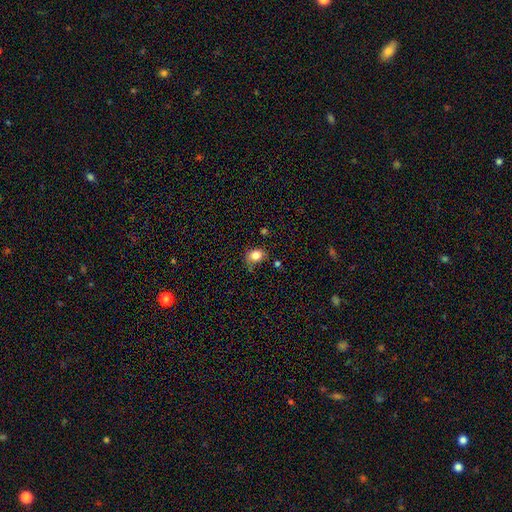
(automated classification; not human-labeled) This is clearly a smooth galaxy (82%). How rounded: possibly round (52%). Merging: possibly none (57%).